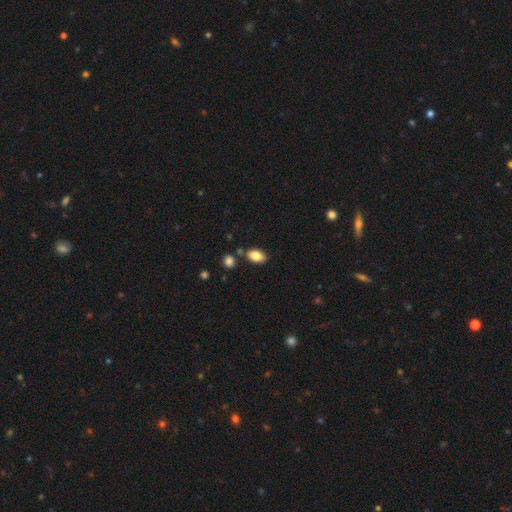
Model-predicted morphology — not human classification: smooth-or-featured: smooth: 83% | featured or disk: 9% | star or artifact: 8%
  how-rounded: in between: 90% | round: 8% | cigar-shaped: 2%
  merging: none: 79% | minor disturbance: 11% | merger: 7% | major disturbance: 2%